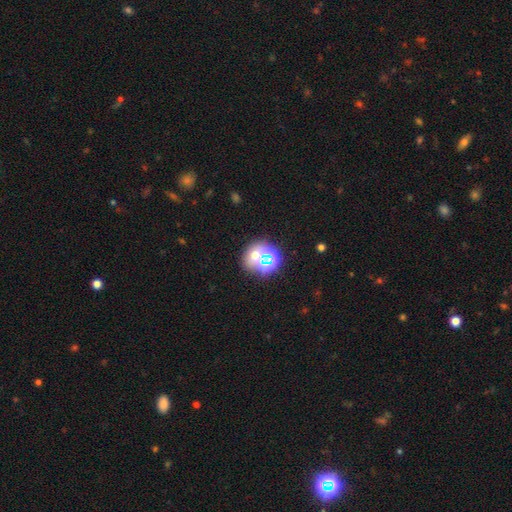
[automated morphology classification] Smooth or featured? star or artifact (43%)